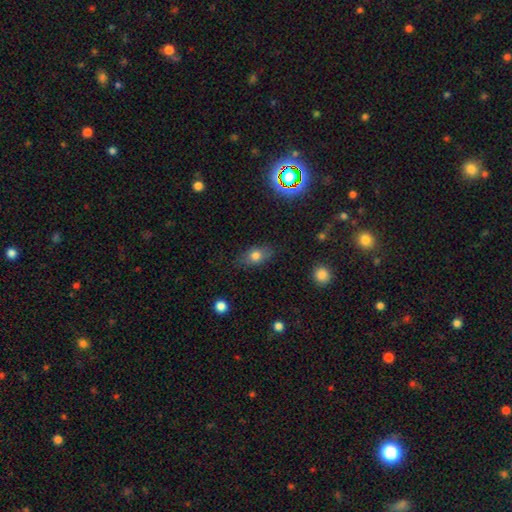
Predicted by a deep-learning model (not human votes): A smooth galaxy with no disk features (75%) that is in between round and cigar-shaped (77%). Merging: none (79%).